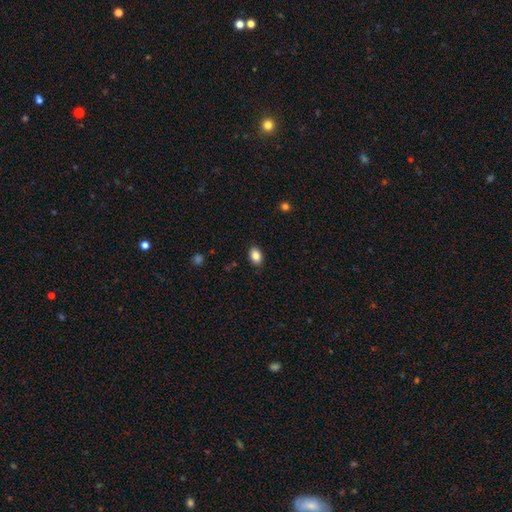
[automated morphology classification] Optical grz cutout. It shows a smooth galaxy with no disk features (86%) that is in between round and cigar-shaped (83%). Merging: none (88%).